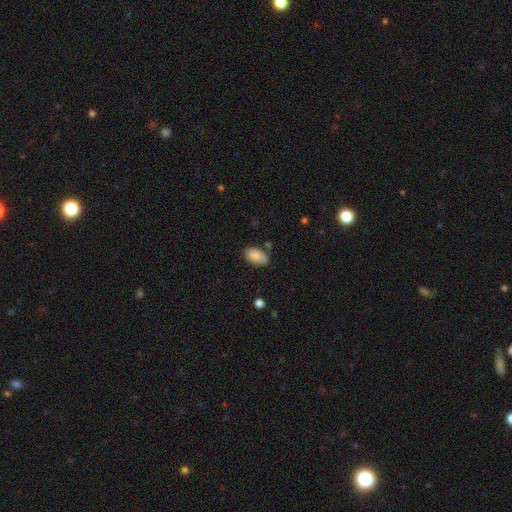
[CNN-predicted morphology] Smooth or featured: smooth — 83% (featured or disk — 9%)
How rounded: in between — 90% (round — 8%)
Merging: none — 66% (minor disturbance — 24%)